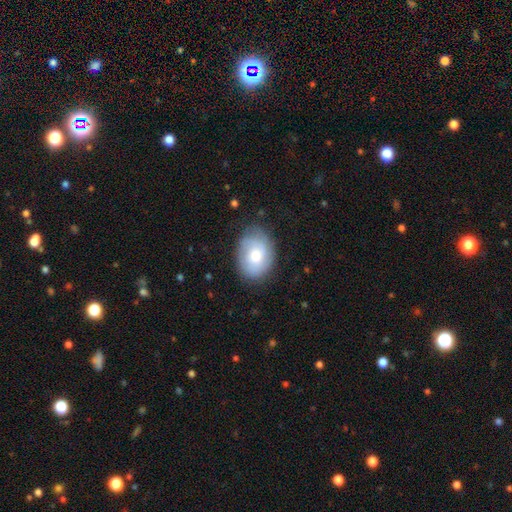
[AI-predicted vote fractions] Q: Smooth or featured?
A: smooth (59%); runner-up: featured or disk (34%)
Q: How rounded?
A: in between (68%); runner-up: round (31%)
Q: Merging?
A: none (74%); runner-up: minor disturbance (19%)